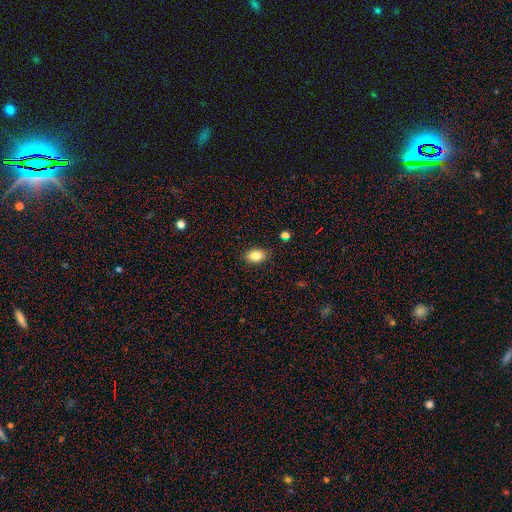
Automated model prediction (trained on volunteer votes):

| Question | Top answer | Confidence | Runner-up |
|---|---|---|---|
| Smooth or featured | smooth | 84% | star or artifact (9%) |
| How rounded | in between | 84% | round (15%) |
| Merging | none | 86% | minor disturbance (10%) |